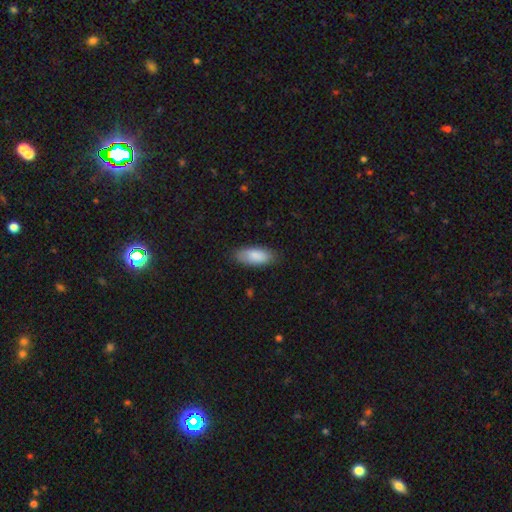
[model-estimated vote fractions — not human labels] smooth 87%, featured or disk 7%, star or artifact 6%. Down the decision tree: how rounded — in between (84%); merging — none (83%).